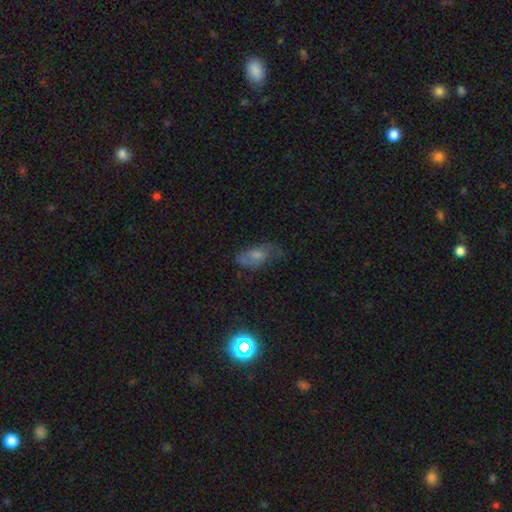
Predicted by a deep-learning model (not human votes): Smooth or featured: smooth — 50% (featured or disk — 34%)
How rounded: in between — 87% (round — 7%)
Merging: none — 46% (minor disturbance — 30%)